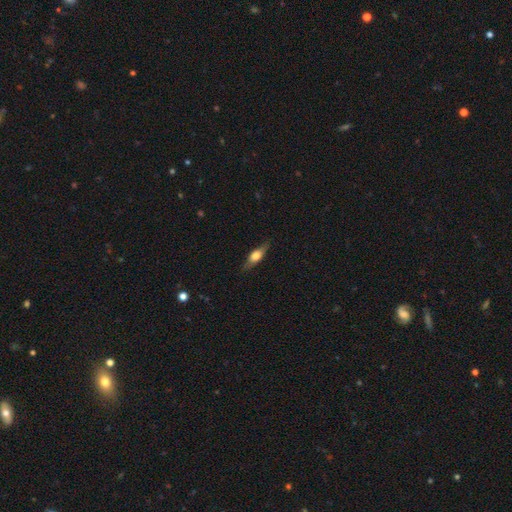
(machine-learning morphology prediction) smooth_or_featured: smooth (p=0.50) [alt: featured or disk p=0.43]
merging: none (p=0.81) [alt: minor disturbance p=0.15]